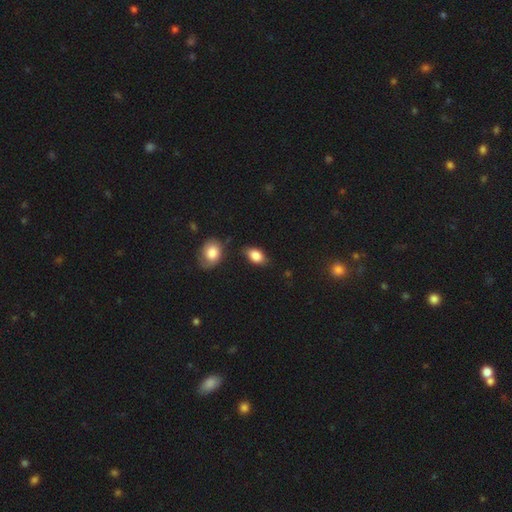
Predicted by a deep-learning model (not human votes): smooth 84%, featured or disk 8%, star or artifact 8%. Down the decision tree: how rounded — in between (87%); merging — none (73%).